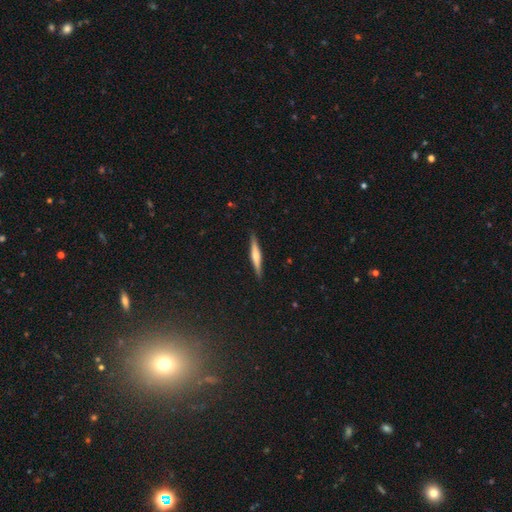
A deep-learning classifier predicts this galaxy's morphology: Smooth or featured: featured or disk — 51% (smooth — 42%)
Edge-on disk: yes — 97% (no — 3%)
Merging: none — 90% (minor disturbance — 7%)